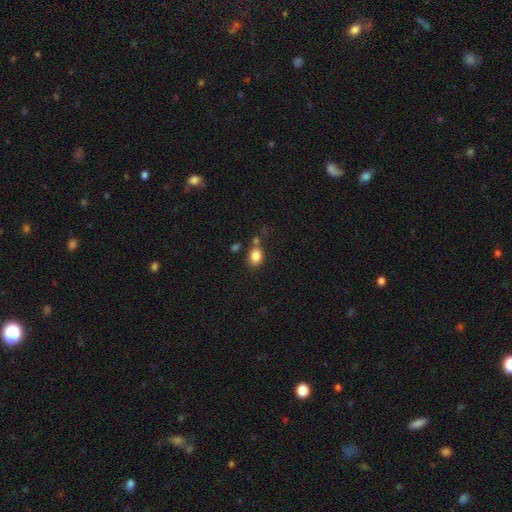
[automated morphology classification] smooth 84%, star or artifact 10%, featured or disk 6%. Down the decision tree: how rounded — in between (68%); merging — none (61%).